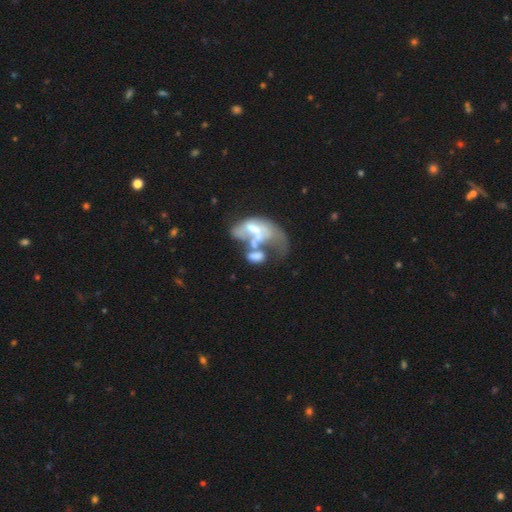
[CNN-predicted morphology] Smooth or featured? featured or disk (57%)
Edge-on disk? no (96%)
Bar? no (77%)
Spiral arms? no (82%)
Bulge size? none (40%)
Merging? merger (53%)